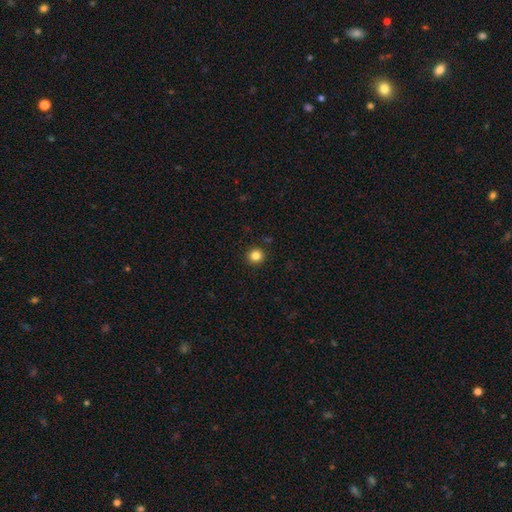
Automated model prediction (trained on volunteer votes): smooth-or-featured: smooth: 84% | star or artifact: 12% | featured or disk: 4%
  how-rounded: round: 94% | in between: 5% | cigar-shaped: 1%
  merging: none: 92% | minor disturbance: 5% | major disturbance: 2% | merger: 1%